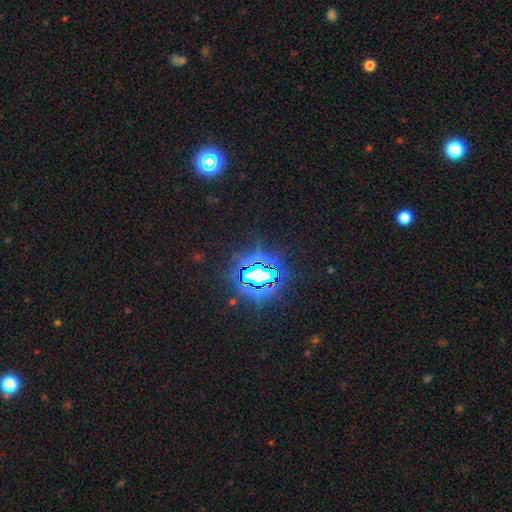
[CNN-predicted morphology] Q: Smooth or featured?
A: star or artifact (85%); runner-up: smooth (9%)